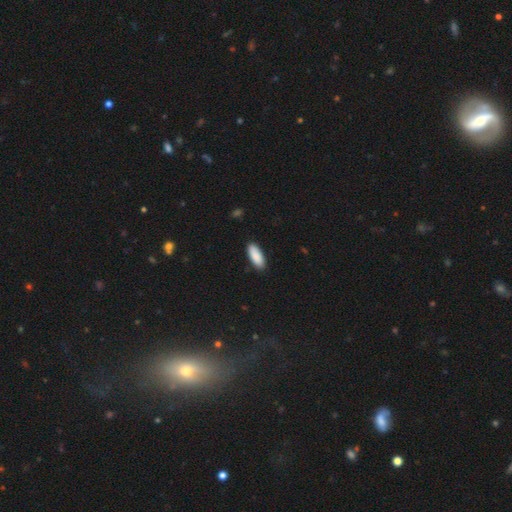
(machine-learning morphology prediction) Overall: smooth (90%). How rounded: in between (80%). Merging: none (88%).